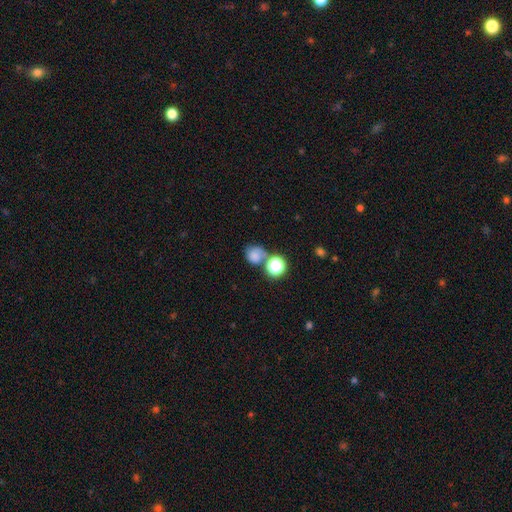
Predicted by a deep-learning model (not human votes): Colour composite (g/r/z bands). It shows a smooth galaxy with no disk features (71%) that is round (77%). Merging: none (43%).